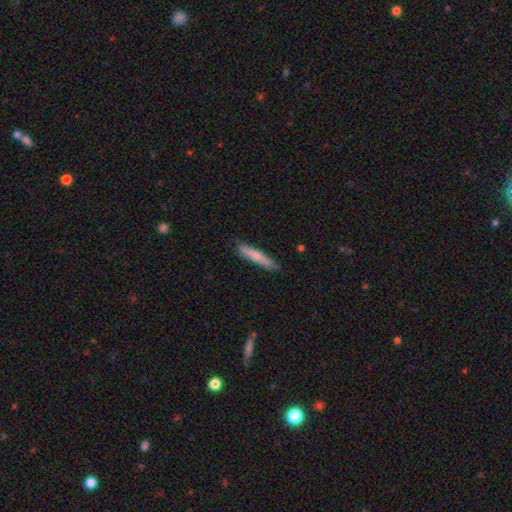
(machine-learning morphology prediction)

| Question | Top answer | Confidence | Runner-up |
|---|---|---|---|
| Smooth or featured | smooth | 72% | featured or disk (22%) |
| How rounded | cigar-shaped | 91% | in between (7%) |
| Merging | none | 84% | minor disturbance (13%) |